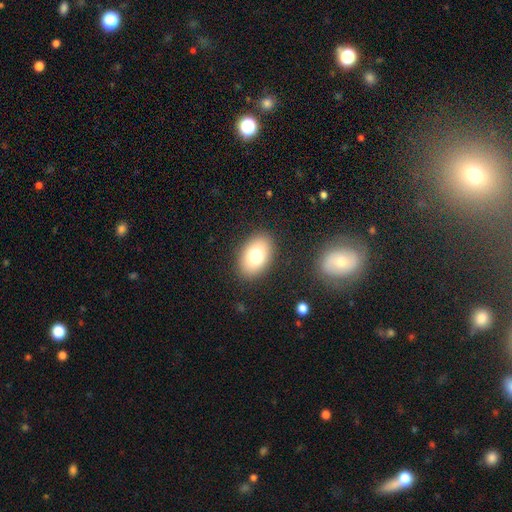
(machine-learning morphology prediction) A smooth galaxy with no disk features (76%) that is in between round and cigar-shaped (85%).

Vote fractions:
- Smooth or featured? smooth: 76% / featured or disk: 15% / star or artifact: 9%
- How rounded? in between: 85% / round: 14% / cigar-shaped: 1%
- Merging? none: 88% / minor disturbance: 8% / major disturbance: 3% / merger: 1%